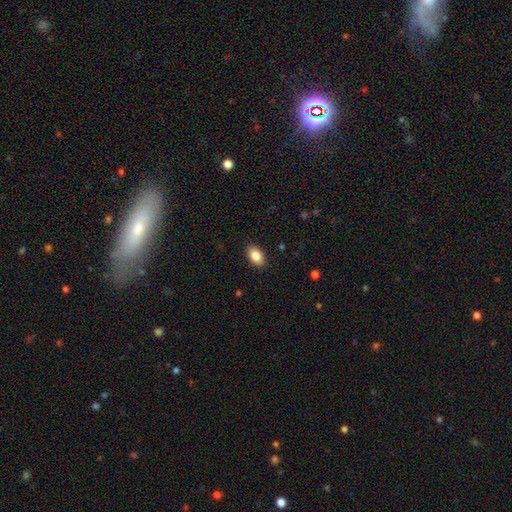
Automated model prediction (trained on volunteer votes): Smooth or featured?
  - smooth: 86% *
  - star or artifact: 7%
  - featured or disk: 7%
How rounded?
  - in between: 90% *
  - round: 8%
  - cigar-shaped: 2%
Merging?
  - none: 89% *
  - minor disturbance: 8%
  - major disturbance: 2%
  - merger: 1%